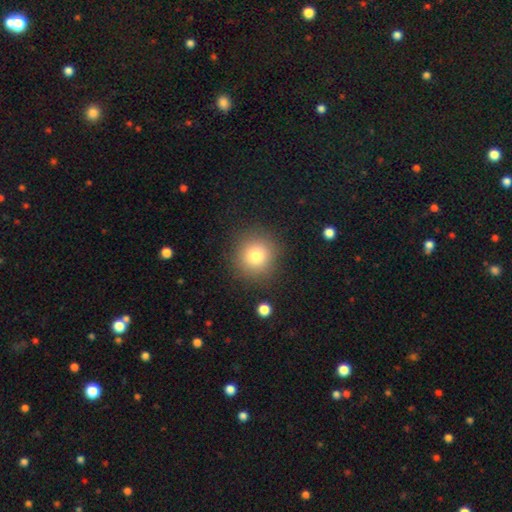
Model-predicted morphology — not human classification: A smooth galaxy with no disk features (79%) that is round (93%).

Vote fractions:
- Smooth or featured? smooth: 79% / star or artifact: 12% / featured or disk: 9%
- How rounded? round: 93% / in between: 6% / cigar-shaped: 1%
- Merging? none: 87% / minor disturbance: 8% / major disturbance: 3% / merger: 2%